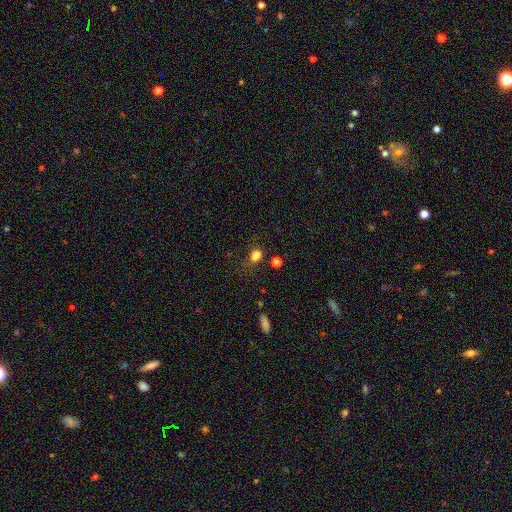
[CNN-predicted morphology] smooth 78%, star or artifact 17%, featured or disk 5%. Down the decision tree: how rounded — in between (49%, tied with round); merging — none (62%).